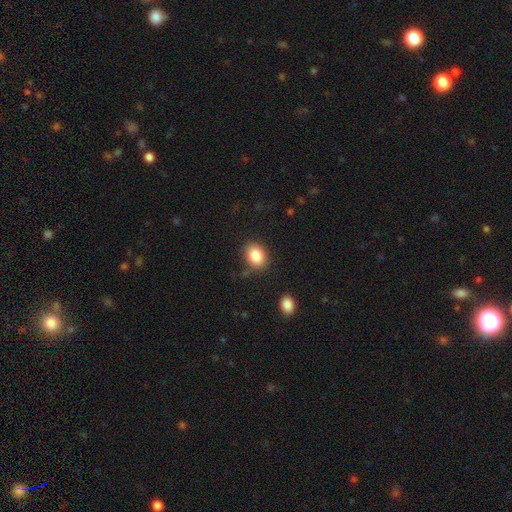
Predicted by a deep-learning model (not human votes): Smooth or featured? Predicted: smooth (p=0.86). How rounded? Predicted: in between (p=0.58). Merging? Predicted: none (p=0.83).